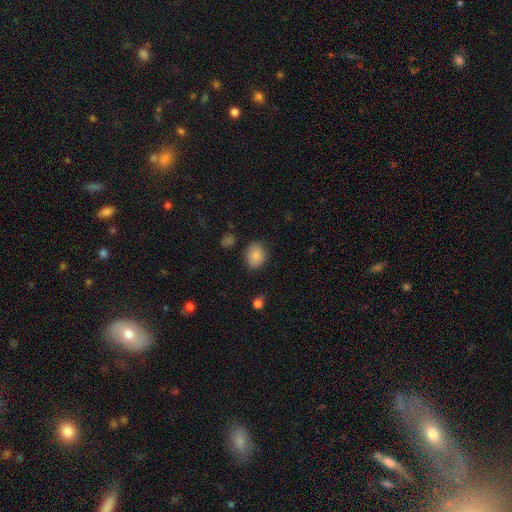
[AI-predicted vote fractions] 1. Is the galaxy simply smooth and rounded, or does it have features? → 85% smooth, 9% star or artifact, 6% featured or disk.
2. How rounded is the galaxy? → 57% round, 42% in between, 1% cigar-shaped.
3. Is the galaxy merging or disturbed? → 82% none, 13% minor disturbance, 3% major disturbance, 2% merger.